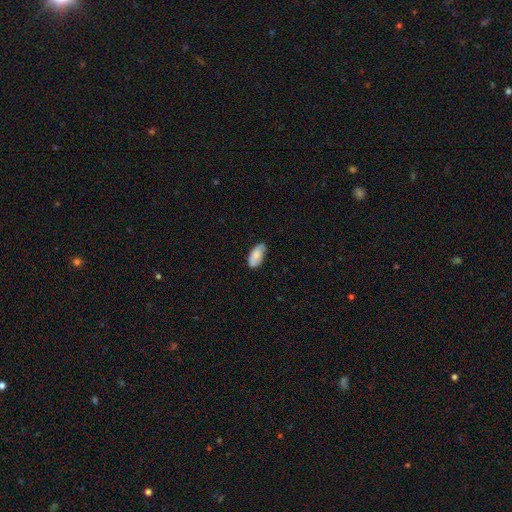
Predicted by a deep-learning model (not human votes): A smooth galaxy with no disk features (79%) that is in between round and cigar-shaped (92%). Merging: none (72%).